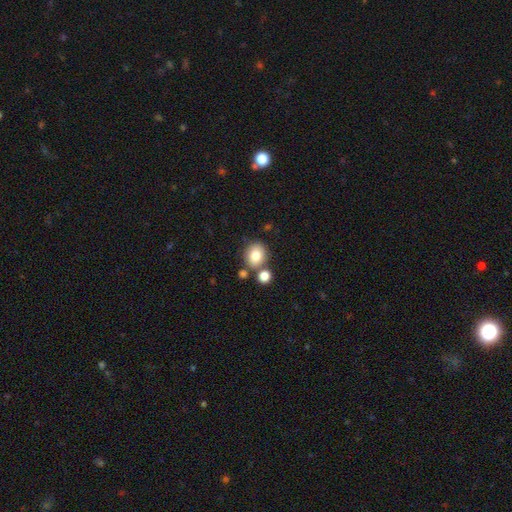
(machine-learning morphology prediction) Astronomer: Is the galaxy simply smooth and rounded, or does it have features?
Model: smooth — 81%.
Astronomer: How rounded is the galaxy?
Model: round — 64%.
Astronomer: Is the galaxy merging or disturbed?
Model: none — 68%.